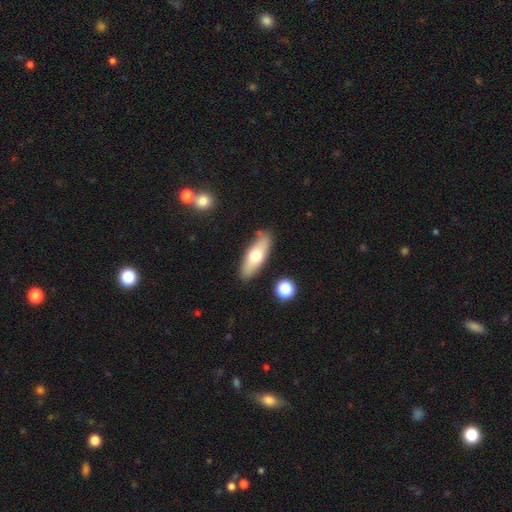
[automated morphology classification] This is likely a smooth galaxy (62%). How rounded: likely in between (63%). Merging: clearly none (83%).